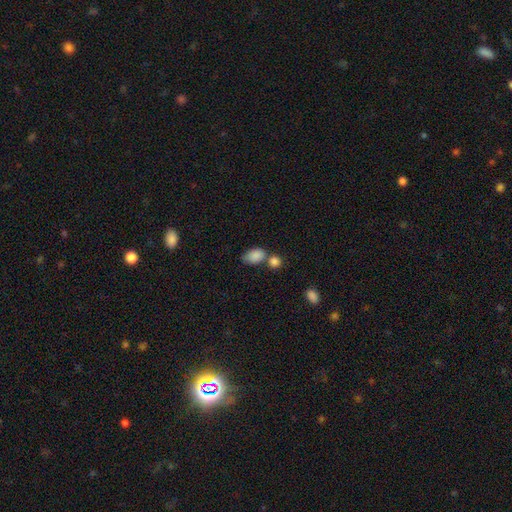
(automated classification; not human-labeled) smooth 86%, star or artifact 8%, featured or disk 6%. Down the decision tree: how rounded — in between (84%); merging — none (44%).